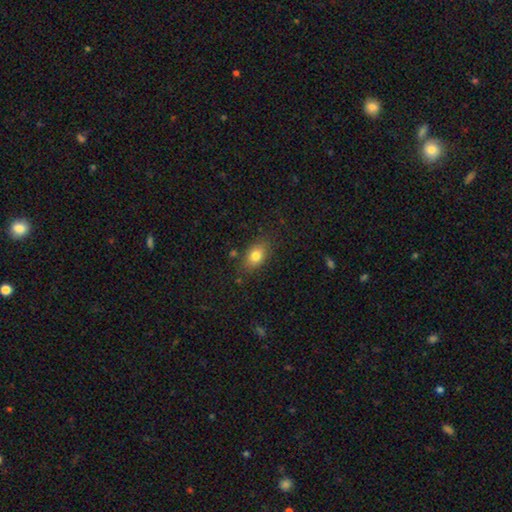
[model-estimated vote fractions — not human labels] Smooth or featured: smooth — 78% (featured or disk — 12%)
How rounded: in between — 80% (round — 17%)
Merging: none — 79% (minor disturbance — 15%)